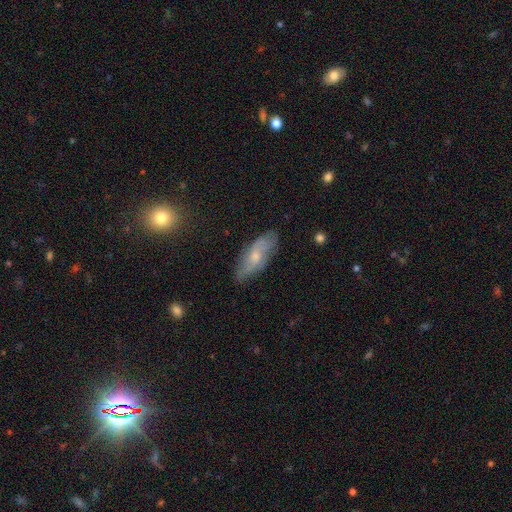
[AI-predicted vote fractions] smooth_or_featured: featured or disk (p=0.49) [alt: smooth p=0.43]
merging: none (p=0.72) [alt: minor disturbance p=0.21]